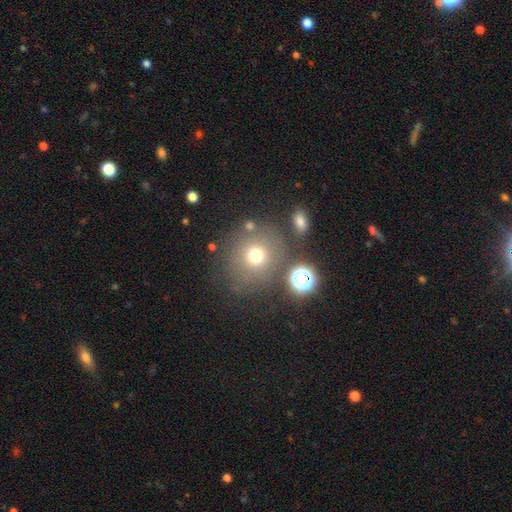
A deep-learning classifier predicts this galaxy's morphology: Q: Smooth or featured?
A: smooth (72%); runner-up: star or artifact (16%)
Q: How rounded?
A: round (87%); runner-up: in between (12%)
Q: Merging?
A: none (74%); runner-up: minor disturbance (12%)